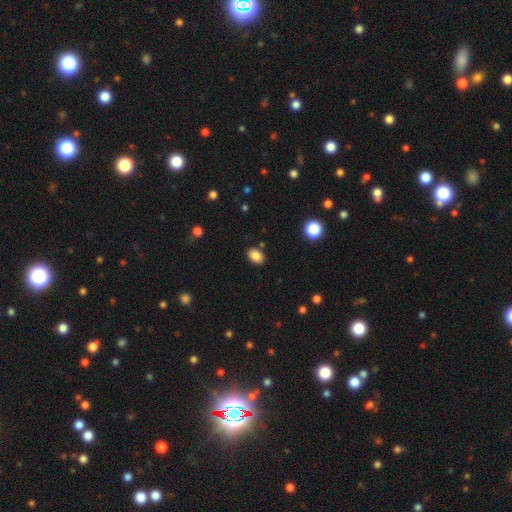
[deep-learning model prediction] Q: Smooth or featured?
A: smooth (86%); runner-up: star or artifact (9%)
Q: How rounded?
A: in between (78%); runner-up: round (21%)
Q: Merging?
A: none (87%); runner-up: minor disturbance (9%)